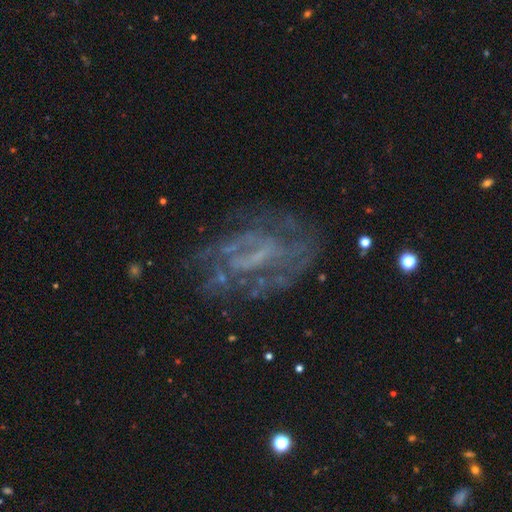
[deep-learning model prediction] Smooth or featured? Predicted: featured or disk (p=0.71). Edge-on disk? Predicted: no (p=0.95). Bar? Predicted: no (p=0.42). Spiral arms? Predicted: yes (p=0.63). Bulge size? Predicted: none (p=0.62). Merging? Predicted: none (p=0.57).